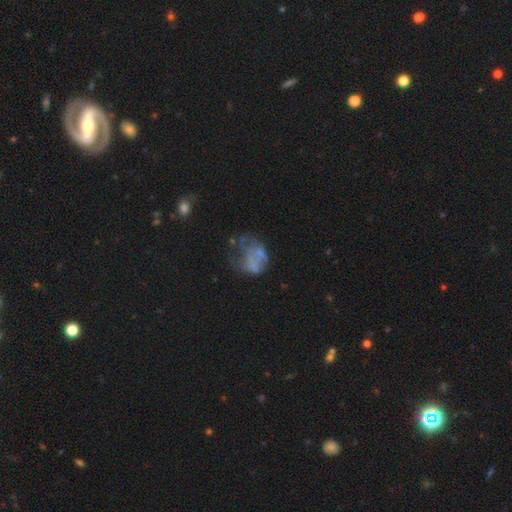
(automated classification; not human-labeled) This appears to be a featured or disk galaxy (48%). Merging: major disturbance (40%).